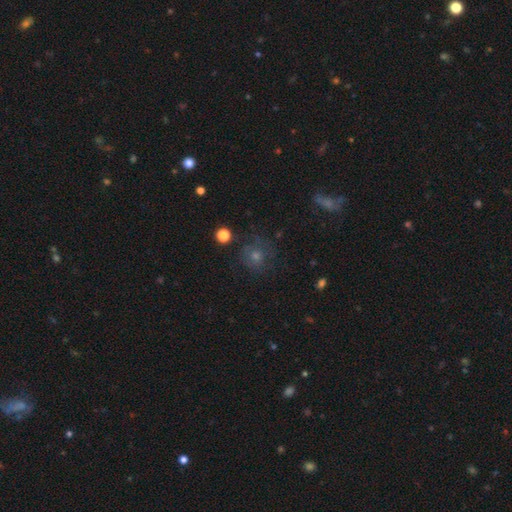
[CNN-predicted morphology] This is marginally a smooth galaxy (44%). Merging: likely none (76%).